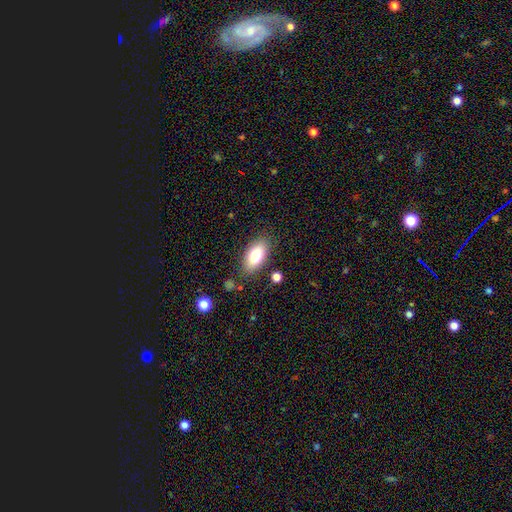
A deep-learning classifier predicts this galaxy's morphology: This is likely a smooth galaxy (79%). How rounded: clearly in between (89%). Merging: clearly none (82%).